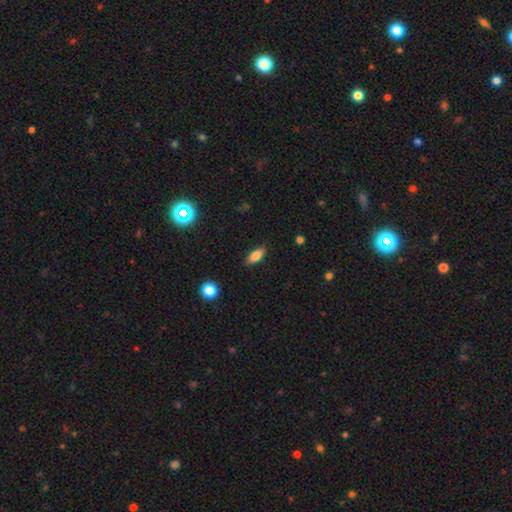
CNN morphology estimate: Smooth or featured? smooth (82%)
How rounded? in between (81%)
Merging? none (86%)